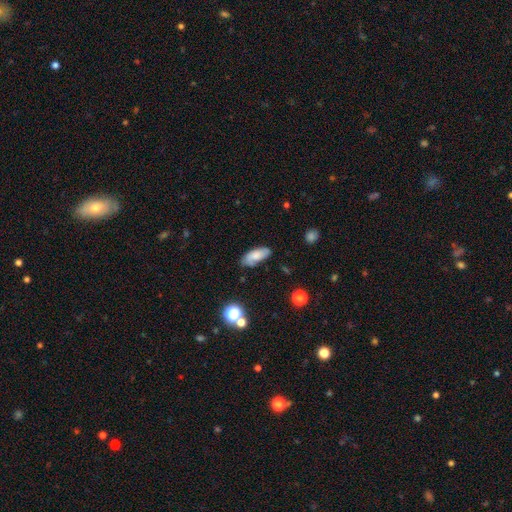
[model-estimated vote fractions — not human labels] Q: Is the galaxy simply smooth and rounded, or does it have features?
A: smooth — 68%.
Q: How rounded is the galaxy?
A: in between — 84%.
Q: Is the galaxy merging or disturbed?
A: none — 71%.